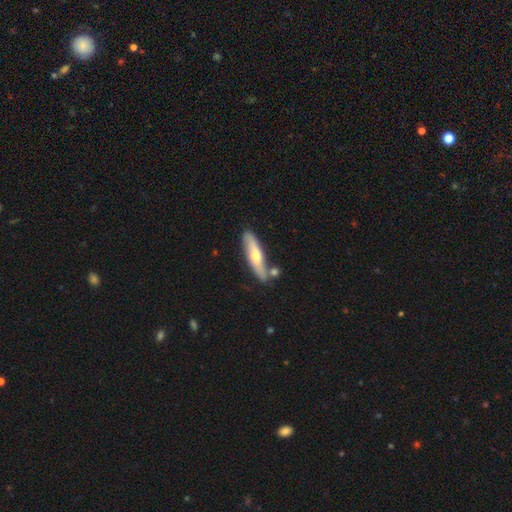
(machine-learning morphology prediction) Smooth or featured: smooth — 49% (featured or disk — 45%)
Merging: none — 72% (minor disturbance — 14%)